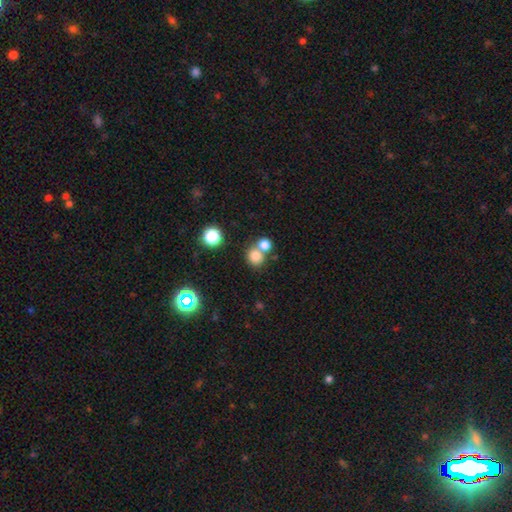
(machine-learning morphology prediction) A smooth galaxy with no disk features (79%) that is round (83%).

Vote fractions:
- Smooth or featured? smooth: 79% / star or artifact: 14% / featured or disk: 8%
- How rounded? round: 83% / in between: 16% / cigar-shaped: 1%
- Merging? none: 51% / merger: 39% / minor disturbance: 7% / major disturbance: 3%